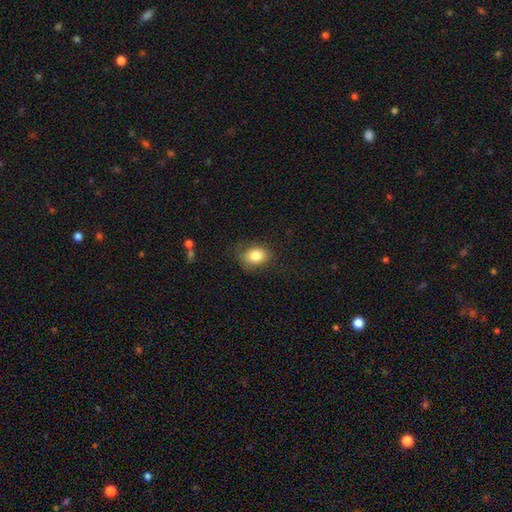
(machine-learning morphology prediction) Smooth or featured? Predicted: smooth (p=0.83). How rounded? Predicted: in between (p=0.70). Merging? Predicted: none (p=0.71).